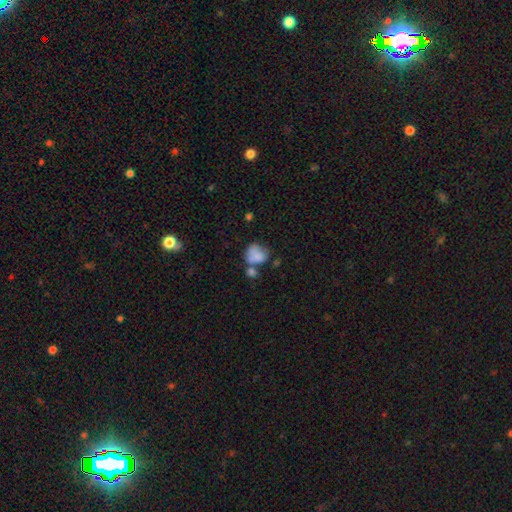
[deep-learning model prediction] A smooth galaxy with no disk features (71%) that is round (53%). Merging: merger (37%).